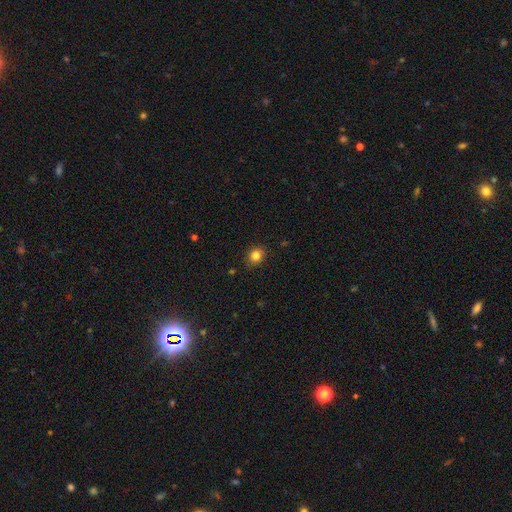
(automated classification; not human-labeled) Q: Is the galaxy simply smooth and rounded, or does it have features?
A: smooth — 83%.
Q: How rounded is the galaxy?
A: round — 69%.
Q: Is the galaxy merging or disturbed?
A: none — 88%.